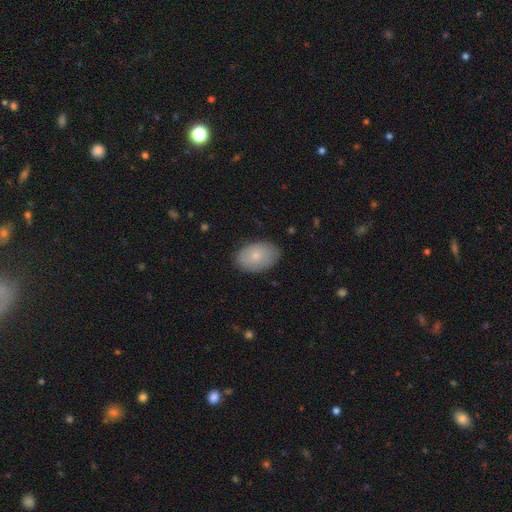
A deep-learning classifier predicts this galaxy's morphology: Smooth or featured?
  - smooth: 76% *
  - featured or disk: 18%
  - star or artifact: 6%
How rounded?
  - in between: 88% *
  - round: 11%
  - cigar-shaped: 1%
Merging?
  - none: 82% *
  - minor disturbance: 14%
  - major disturbance: 3%
  - merger: 1%